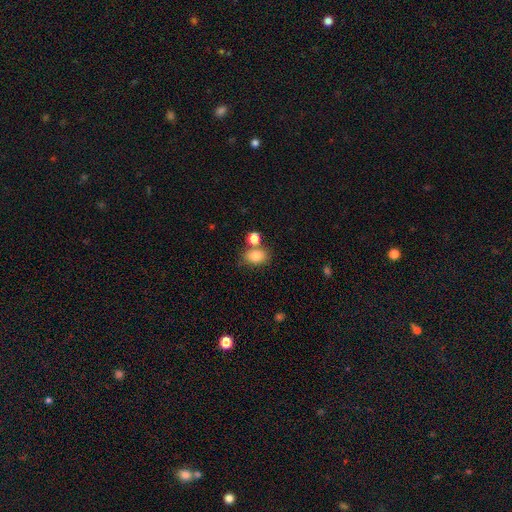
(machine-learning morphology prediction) Smooth or featured? Predicted: smooth (p=0.81). How rounded? Predicted: in between (p=0.65). Merging? Predicted: none (p=0.62).